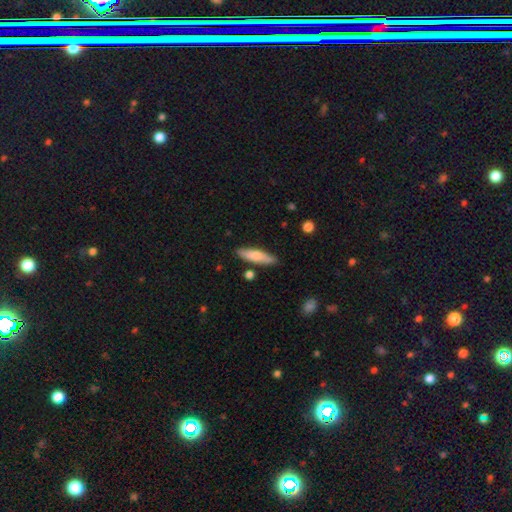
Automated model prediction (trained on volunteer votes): Overall: smooth (74%). How rounded: cigar-shaped (70%). Merging: none (84%).